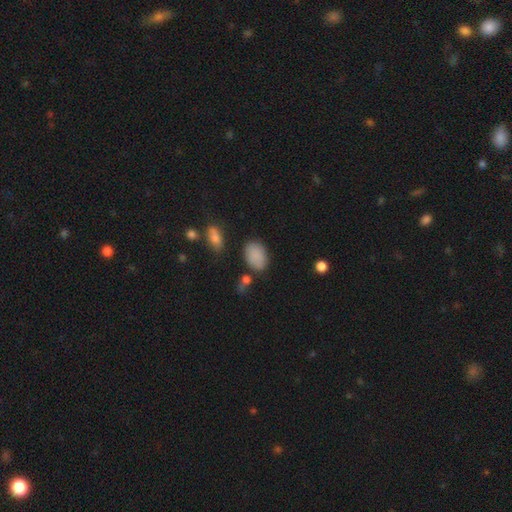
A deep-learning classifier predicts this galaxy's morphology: The model was most divided on "merging": none: 75%, minor disturbance: 16%, merger: 5%, major disturbance: 4%. More confident: smooth or featured — smooth (85%); how rounded — in between (84%).